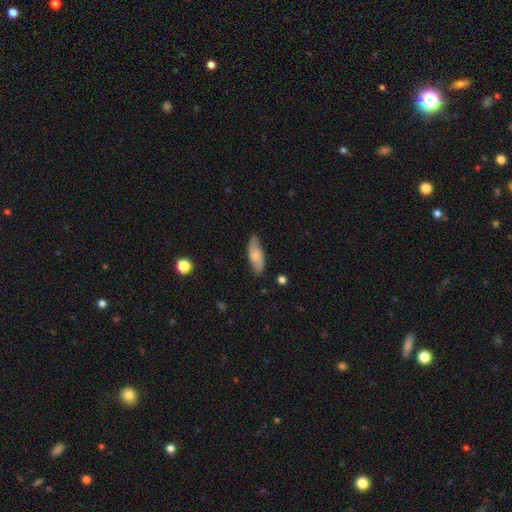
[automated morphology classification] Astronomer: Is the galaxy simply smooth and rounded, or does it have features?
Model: smooth — 59% (runner-up: featured or disk, 35%).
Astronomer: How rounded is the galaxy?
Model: in between — 69%.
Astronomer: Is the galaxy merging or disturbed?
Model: none — 79%.